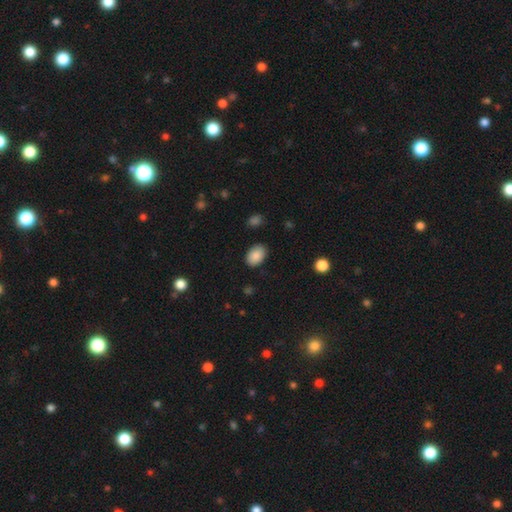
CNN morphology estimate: smooth_or_featured: smooth (p=0.89) [alt: star or artifact p=0.07]
how_rounded: in between (p=0.86) [alt: round p=0.13]
merging: none (p=0.86) [alt: minor disturbance p=0.10]